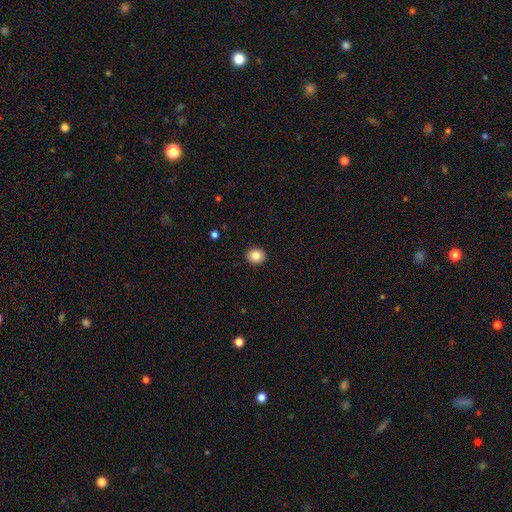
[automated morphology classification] A smooth galaxy with no disk features (84%) that is round (79%).

Vote fractions:
- Smooth or featured? smooth: 84% / star or artifact: 9% / featured or disk: 7%
- How rounded? round: 79% / in between: 20% / cigar-shaped: 1%
- Merging? none: 92% / minor disturbance: 5% / major disturbance: 2% / merger: 1%